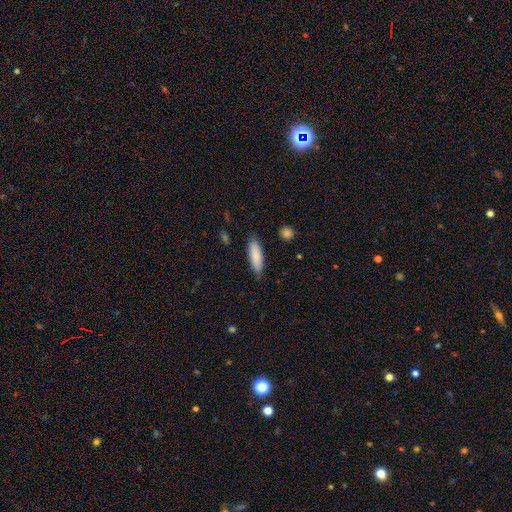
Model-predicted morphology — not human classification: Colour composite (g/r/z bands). It shows a smooth galaxy with no disk features (85%) that is cigar-shaped (53%). Merging: none (85%).